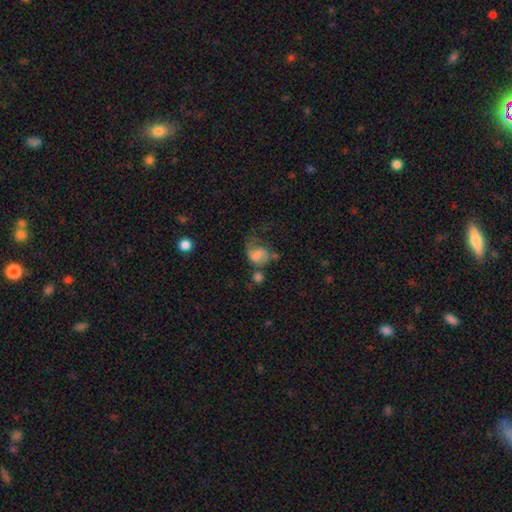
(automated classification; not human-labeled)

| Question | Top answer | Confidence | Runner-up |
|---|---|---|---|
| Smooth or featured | smooth | 57% | featured or disk (31%) |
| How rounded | in between | 50% | round (49%) |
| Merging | major disturbance | 38% | none (26%) |